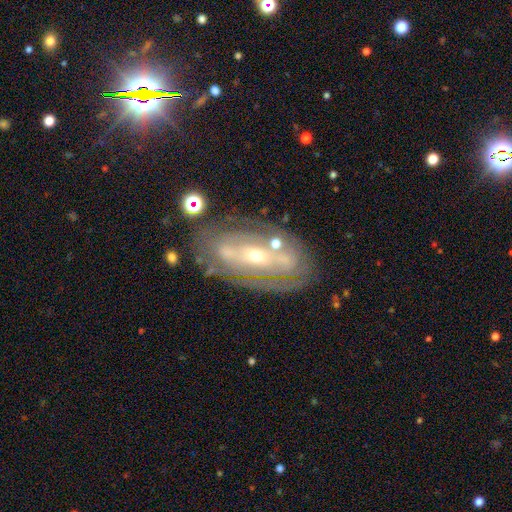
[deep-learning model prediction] This is likely a featured or disk galaxy (80%). It is clearly not viewed edge-on (89%). Bar: possibly no (47%). Spiral arm pattern: likely yes (72%). Spiral arm count: marginally can't tell (44%). Spiral winding: likely tight (63%). Central bulge: likely small (60%). Merging: likely none (70%).